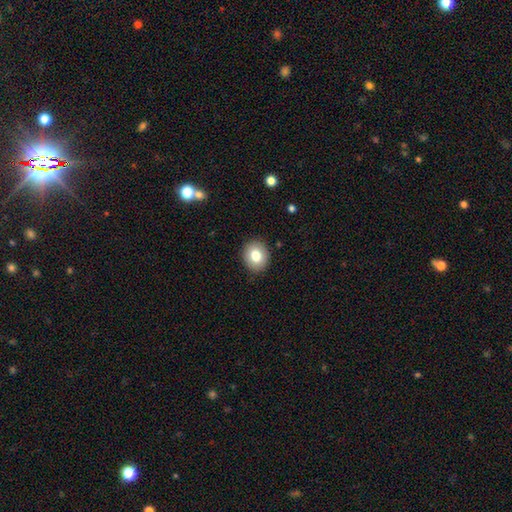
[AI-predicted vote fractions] Morphology: type=smooth (79%); roundness=round (68%); merging=none (89%).